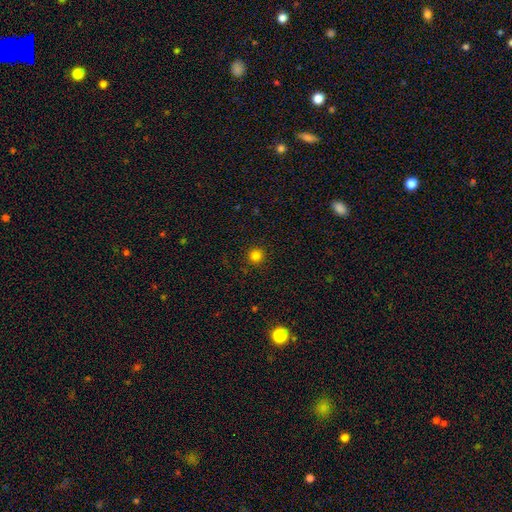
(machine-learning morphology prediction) Smooth or featured? smooth (82%)
How rounded? round (95%)
Merging? none (92%)